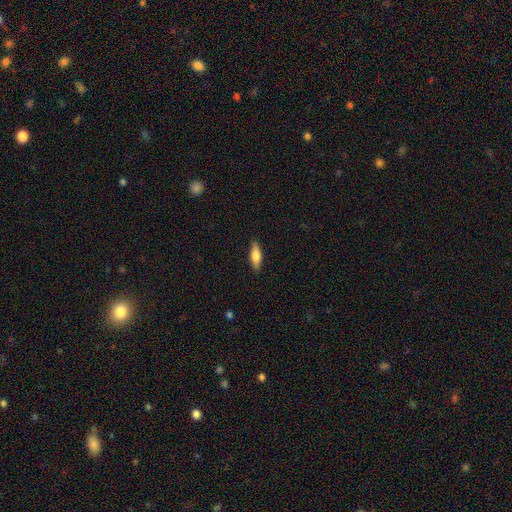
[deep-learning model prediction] A smooth galaxy with no disk features (69%) that is in between round and cigar-shaped (52%). Merging: none (86%).